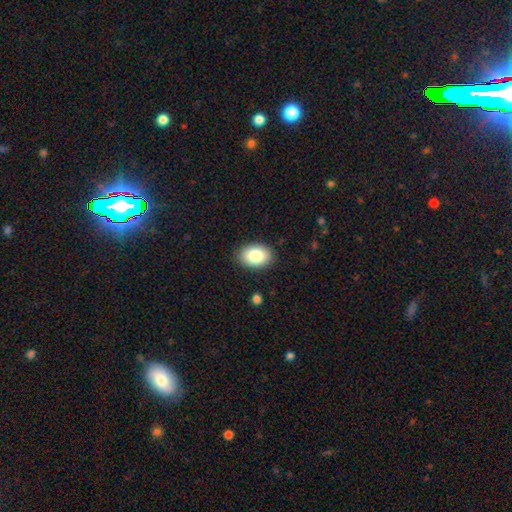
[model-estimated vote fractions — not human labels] smooth 83%, featured or disk 9%, star or artifact 8%. Down the decision tree: how rounded — in between (81%); merging — none (88%).